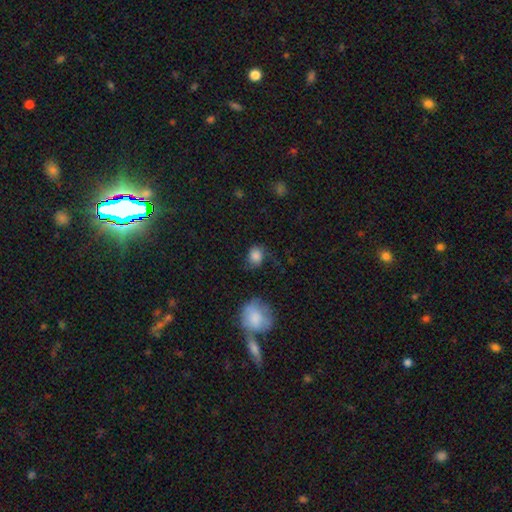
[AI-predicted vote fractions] smooth 79%, featured or disk 10%, star or artifact 10%. Down the decision tree: how rounded — round (63%); merging — none (52%).